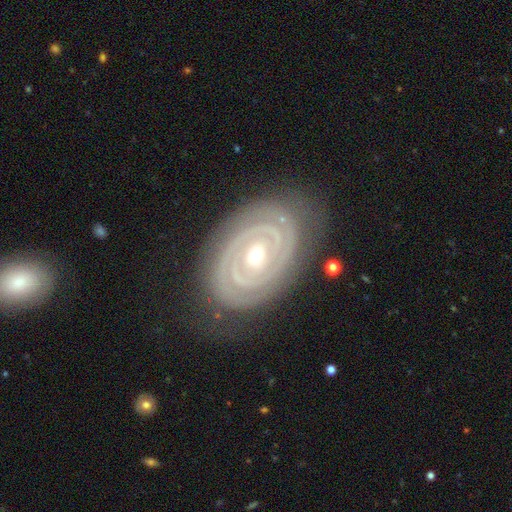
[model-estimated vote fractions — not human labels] Smooth or featured? Predicted: featured or disk (p=0.90). Edge-on disk? Predicted: no (p=0.96). Bar? Predicted: no (p=0.66). Spiral arms? Predicted: yes (p=0.96). Spiral winding? Predicted: tight (p=0.88). Spiral arm count? Predicted: 2 (p=0.67). Bulge size? Predicted: small (p=0.52). Merging? Predicted: none (p=0.82).